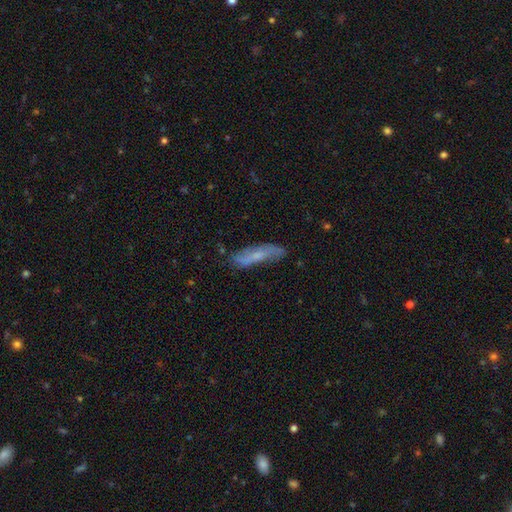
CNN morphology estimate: Overall: featured or disk (54%; smooth 38%). Edge-on disk: no (61%; yes 39%). Merging: none (70%).